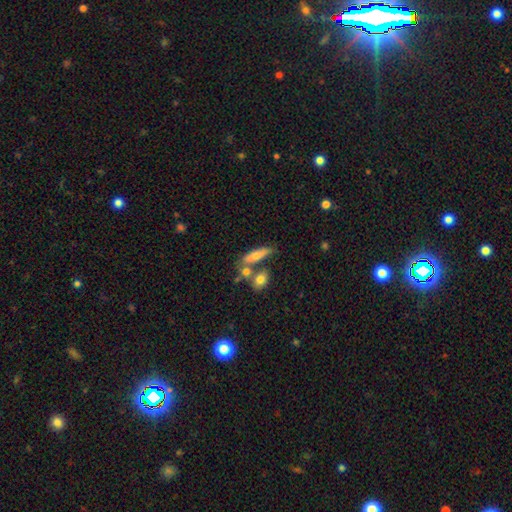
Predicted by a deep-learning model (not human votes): A smooth galaxy with no disk features (65%) that is cigar-shaped (56%). Merging: none (51%).